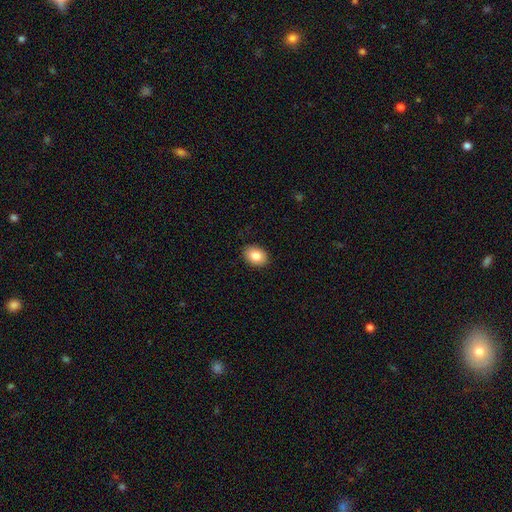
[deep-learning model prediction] Overall: smooth (85%). How rounded: in between (75%). Merging: none (89%).